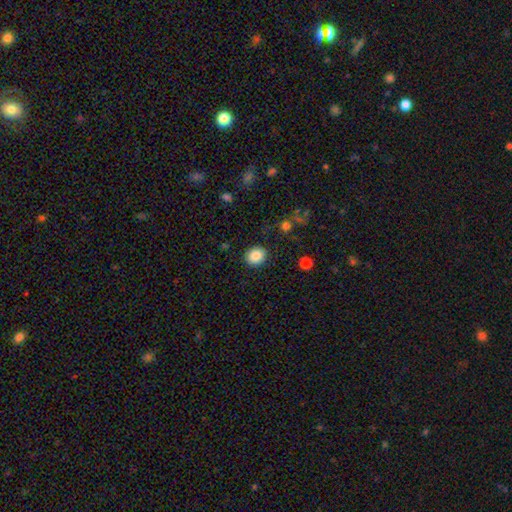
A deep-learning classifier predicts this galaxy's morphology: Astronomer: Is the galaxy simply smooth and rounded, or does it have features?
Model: smooth — 87%.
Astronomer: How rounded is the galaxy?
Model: round — 67%.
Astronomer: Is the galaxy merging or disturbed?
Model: none — 89%.